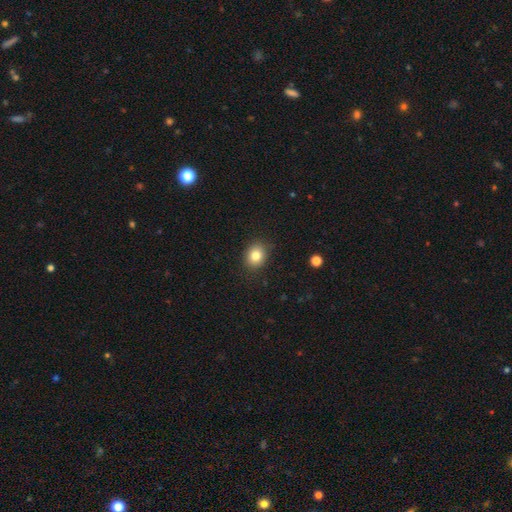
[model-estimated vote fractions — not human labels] smooth-or-featured: smooth: 82% | star or artifact: 10% | featured or disk: 7%
  how-rounded: round: 56% | in between: 43% | cigar-shaped: 1%
  merging: none: 86% | minor disturbance: 10% | major disturbance: 3% | merger: 1%